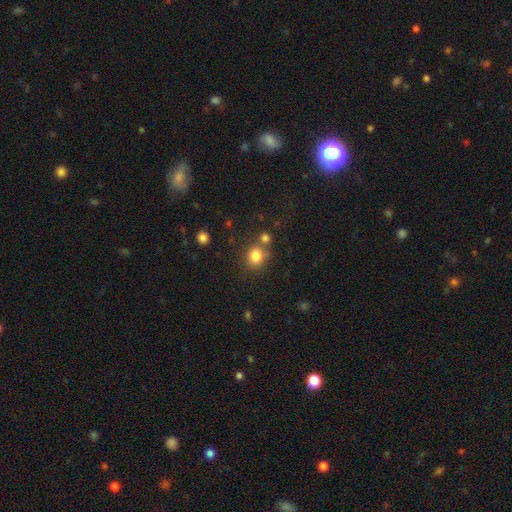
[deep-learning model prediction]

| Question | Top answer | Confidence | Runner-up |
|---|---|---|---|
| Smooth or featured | smooth | 81% | star or artifact (12%) |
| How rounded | round | 78% | in between (21%) |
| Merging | none | 67% | merger (18%) |